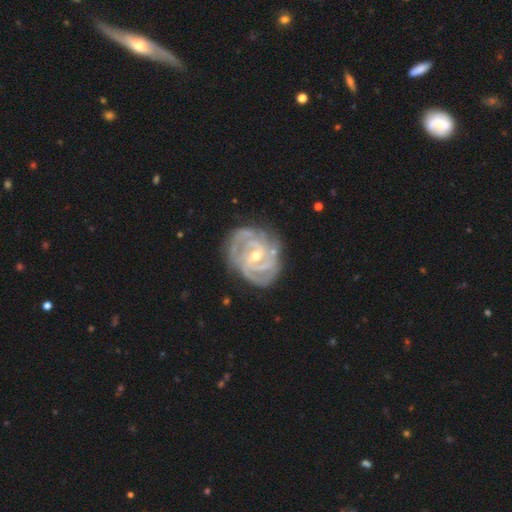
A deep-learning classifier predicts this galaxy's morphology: smooth-or-featured: featured or disk: 92% | star or artifact: 4% | smooth: 4%
  disk-edge-on: no: 98% | yes: 2%
    bar: weak: 45% | no: 36% | strong: 19%
    has-spiral-arms: yes: 98% | no: 2%
      spiral-winding: tight: 69% | medium: 28% | loose: 4%
      spiral-arm-count: 3: 35% | 2: 26% | can't tell: 14% | 4: 14% | more than 4: 6% | 1: 6%
    bulge-size: small: 53% | moderate: 44% | large: 1% | none: 1% | dominant: 1%
  merging: none: 75% | minor disturbance: 18% | major disturbance: 6% | merger: 2%